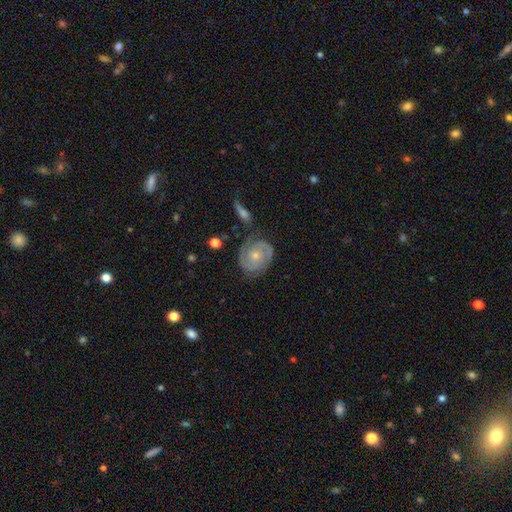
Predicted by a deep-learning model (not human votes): Morphology: type=featured or disk (81%); edge-on=no (97%); bar=no (77%); spiral arms=yes (95%); winding=tight (63%); arm count=2 (74%); bulge=small (65%); merging=none (74%).